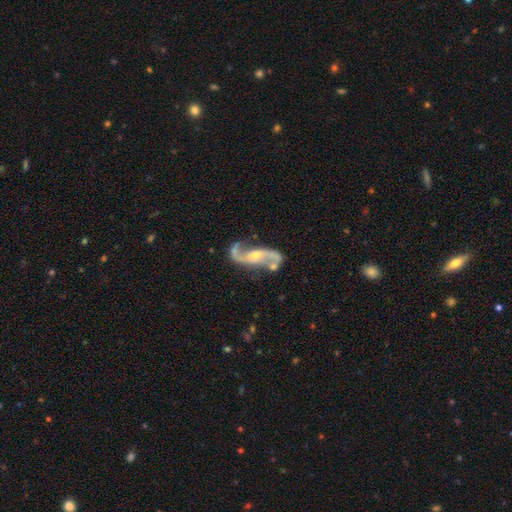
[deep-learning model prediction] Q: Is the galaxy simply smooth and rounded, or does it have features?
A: featured or disk — 91%.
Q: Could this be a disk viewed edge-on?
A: no — 96%.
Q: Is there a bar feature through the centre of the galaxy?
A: no — 53%.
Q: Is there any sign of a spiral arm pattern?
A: yes — 97%.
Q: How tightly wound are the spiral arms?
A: loose — 72%.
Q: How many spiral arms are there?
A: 2 — 94%.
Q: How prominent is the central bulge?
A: small — 56%.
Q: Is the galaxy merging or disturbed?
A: none — 66%.